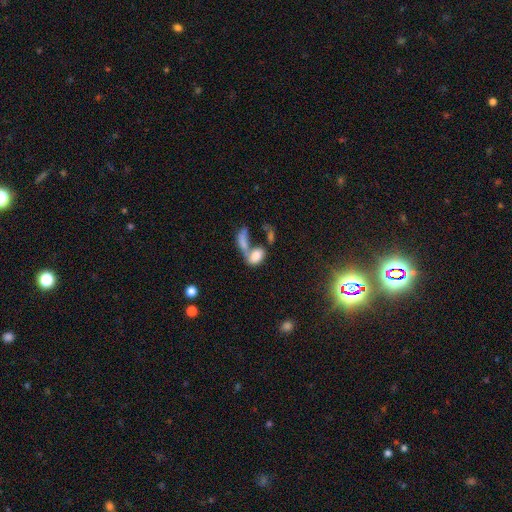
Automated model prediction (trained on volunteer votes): Smooth or featured?
  - smooth: 74% *
  - featured or disk: 16%
  - star or artifact: 10%
How rounded?
  - in between: 90% *
  - round: 7%
  - cigar-shaped: 4%
Merging?
  - merger: 64% *
  - none: 18%
  - major disturbance: 11%
  - minor disturbance: 7%